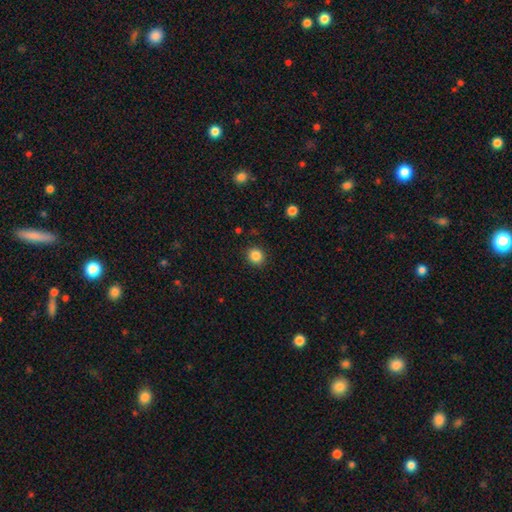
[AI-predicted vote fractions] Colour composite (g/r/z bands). It shows a smooth galaxy with no disk features (85%) that is round (87%). Merging: none (90%).